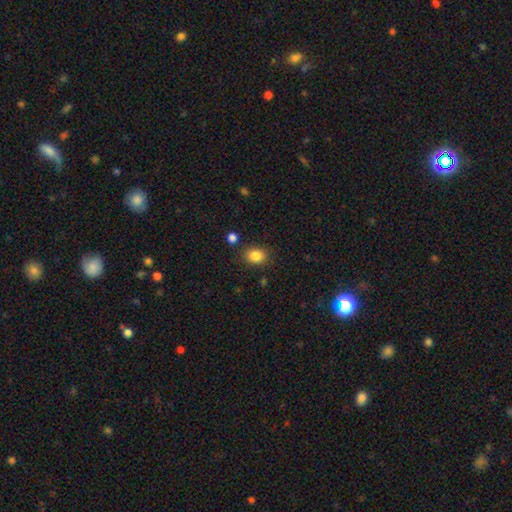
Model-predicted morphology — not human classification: smooth-or-featured: smooth: 85% | star or artifact: 10% | featured or disk: 5%
  how-rounded: round: 51% | in between: 48% | cigar-shaped: 1%
  merging: none: 82% | minor disturbance: 11% | merger: 4% | major disturbance: 3%